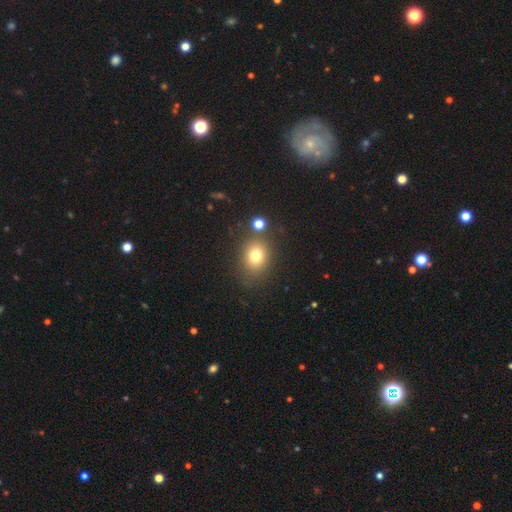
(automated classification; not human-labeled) The model was most divided on "how rounded": round: 53%, in between: 46%, cigar-shaped: 1%. More confident: merging — none (77%); smooth or featured — smooth (77%).